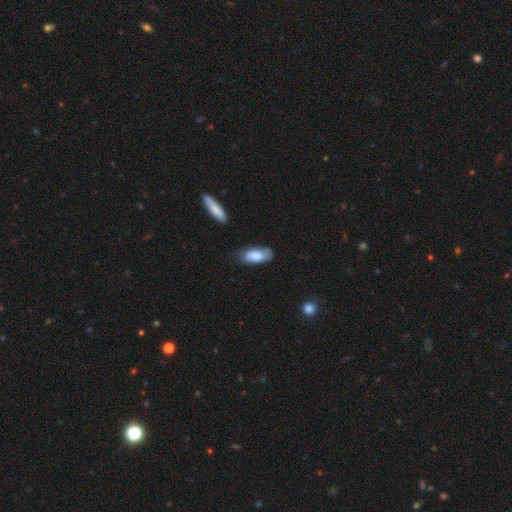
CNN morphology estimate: This is likely a smooth galaxy (78%). How rounded: clearly in between (86%). Merging: likely none (62%).